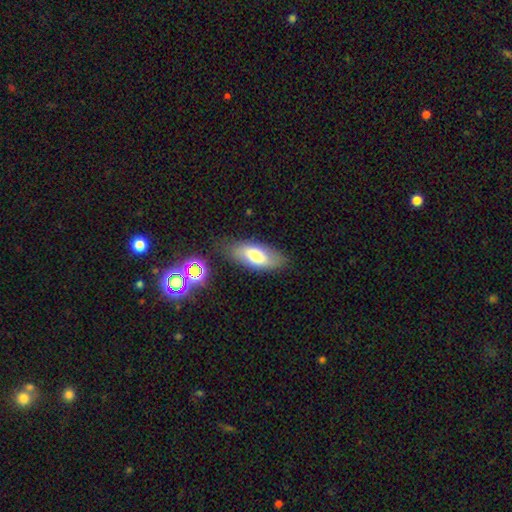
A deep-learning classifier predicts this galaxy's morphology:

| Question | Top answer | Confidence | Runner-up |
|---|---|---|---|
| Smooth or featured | smooth | 70% | featured or disk (22%) |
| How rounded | in between | 83% | cigar-shaped (14%) |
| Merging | none | 75% | minor disturbance (16%) |